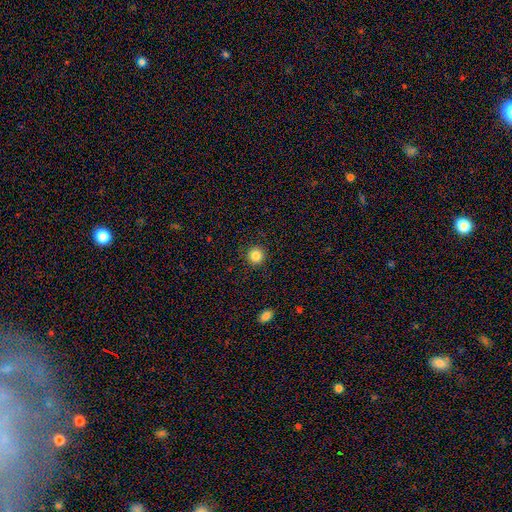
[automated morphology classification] smooth 85%, star or artifact 11%, featured or disk 4%. Down the decision tree: how rounded — round (94%); merging — none (91%).